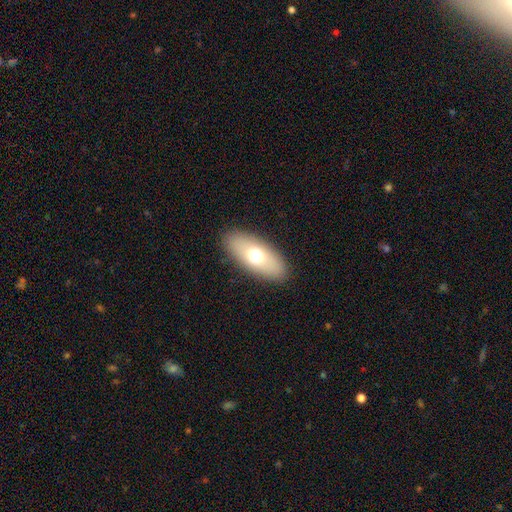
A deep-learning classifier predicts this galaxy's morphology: This is likely a smooth galaxy (64%). How rounded: clearly in between (85%). Merging: clearly none (87%).